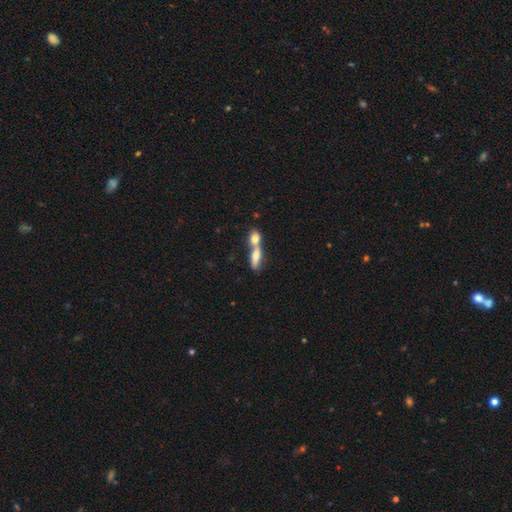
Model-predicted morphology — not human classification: smooth-or-featured: smooth: 65% | featured or disk: 27% | star or artifact: 8%
  how-rounded: in between: 51% | cigar-shaped: 40% | round: 8%
  merging: merger: 68% | none: 22% | minor disturbance: 6% | major disturbance: 4%